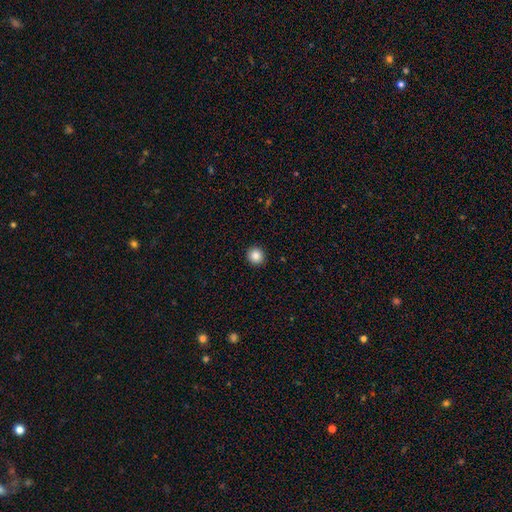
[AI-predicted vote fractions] Q: Smooth or featured?
A: smooth (86%); runner-up: star or artifact (10%)
Q: How rounded?
A: round (90%); runner-up: in between (9%)
Q: Merging?
A: none (93%); runner-up: minor disturbance (5%)